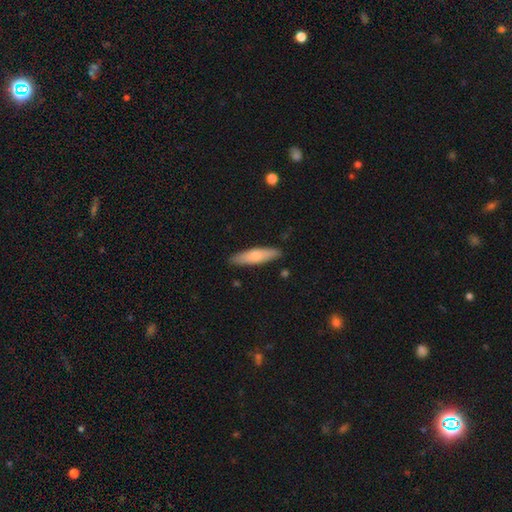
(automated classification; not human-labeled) smooth_or_featured: smooth (p=0.65) [alt: featured or disk p=0.29]
how_rounded: cigar-shaped (p=0.64) [alt: in between p=0.34]
merging: none (p=0.87) [alt: minor disturbance p=0.10]